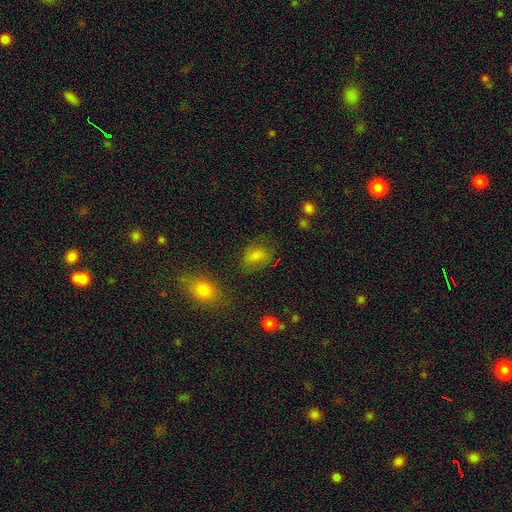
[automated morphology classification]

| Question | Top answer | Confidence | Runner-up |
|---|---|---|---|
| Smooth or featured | smooth | 72% | star or artifact (17%) |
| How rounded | in between | 72% | round (26%) |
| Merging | none | 69% | minor disturbance (19%) |